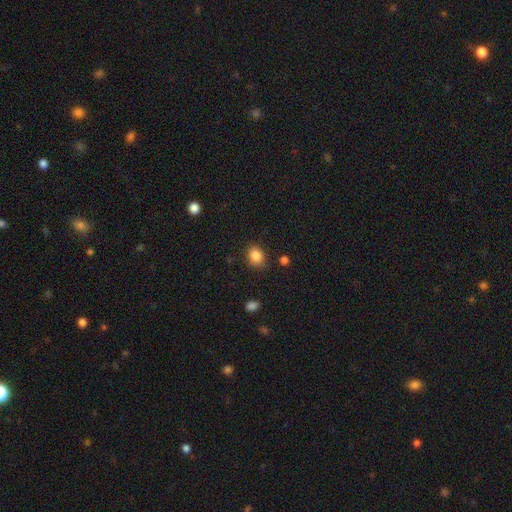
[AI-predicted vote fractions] smooth 85%, star or artifact 10%, featured or disk 5%. Down the decision tree: how rounded — round (53%); merging — none (81%).